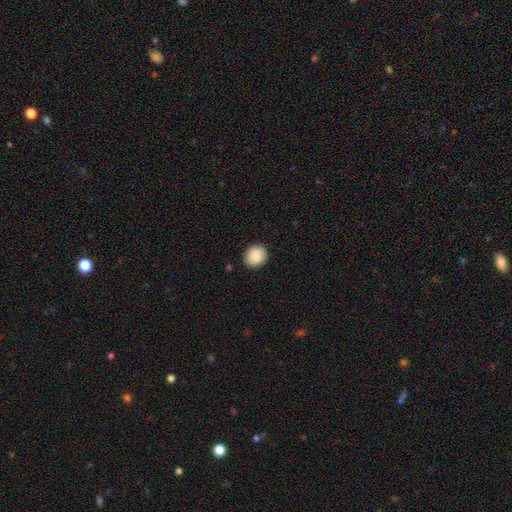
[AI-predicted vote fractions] Smooth or featured? Predicted: smooth (p=0.84). How rounded? Predicted: round (p=0.81). Merging? Predicted: none (p=0.89).